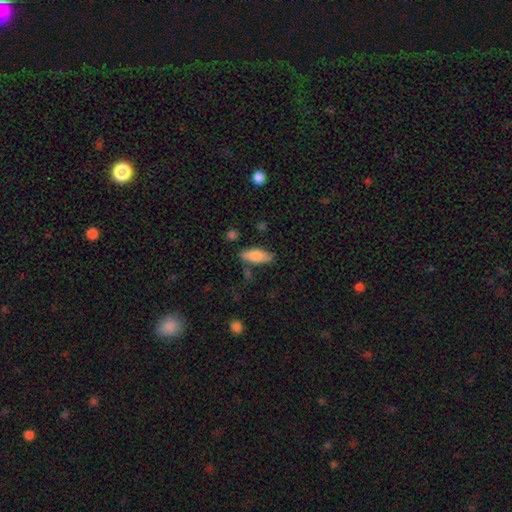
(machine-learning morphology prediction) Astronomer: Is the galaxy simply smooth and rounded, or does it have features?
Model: smooth — 80%.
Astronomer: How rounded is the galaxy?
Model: in between — 71%.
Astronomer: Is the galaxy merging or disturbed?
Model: none — 77%.